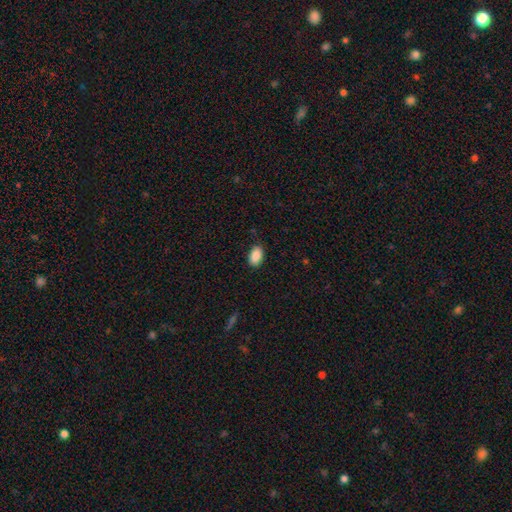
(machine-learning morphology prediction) type=smooth (89%); roundness=in between (92%); merging=none (85%).